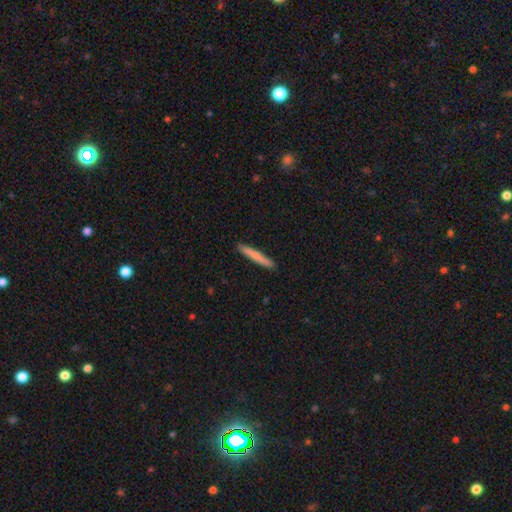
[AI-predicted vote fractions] A smooth galaxy with no disk features (73%) that is cigar-shaped (96%). Merging: none (91%).